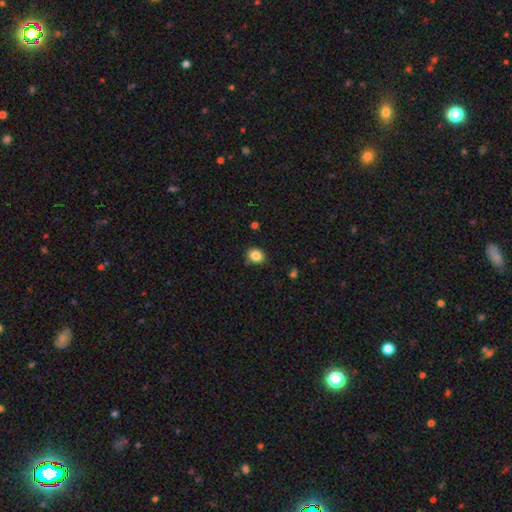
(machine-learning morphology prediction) Q: Smooth or featured?
A: smooth (85%); runner-up: star or artifact (10%)
Q: How rounded?
A: round (58%); runner-up: in between (42%)
Q: Merging?
A: none (85%); runner-up: minor disturbance (11%)